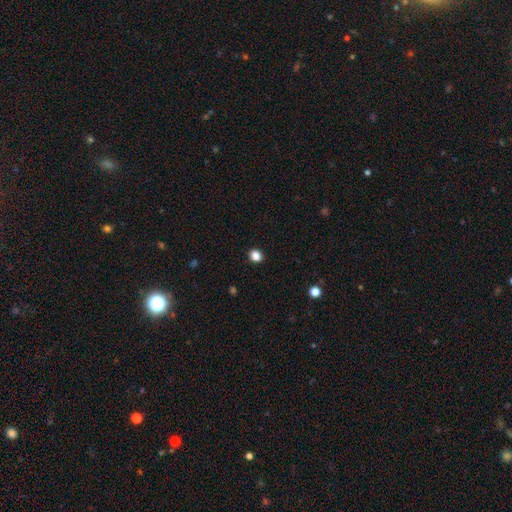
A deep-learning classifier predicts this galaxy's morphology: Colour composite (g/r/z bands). It shows a smooth galaxy with no disk features (83%) that is round (63%). Merging: none (88%).